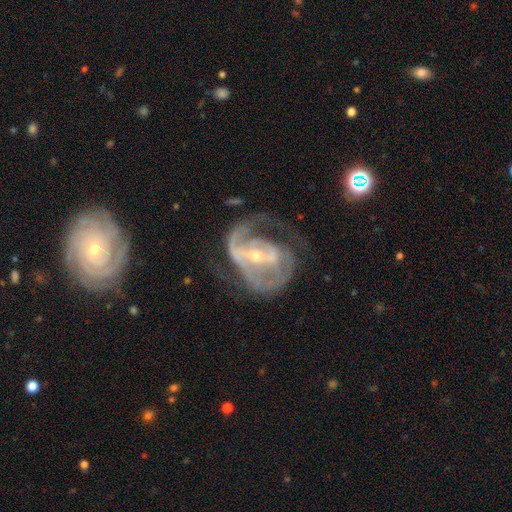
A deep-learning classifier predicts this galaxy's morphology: smooth_or_featured: featured or disk (p=0.86) [alt: smooth p=0.08]
disk_edge_on: no (p=0.96) [alt: yes p=0.04]
bar: strong (p=0.40) [alt: weak p=0.36]
has_spiral_arms: yes (p=0.86) [alt: no p=0.14]
spiral_winding: medium (p=0.44) [alt: tight p=0.33]
spiral_arm_count: 2 (p=0.53) [alt: 1 p=0.19]
bulge_size: small (p=0.69) [alt: moderate p=0.27]
merging: major disturbance (p=0.40) [alt: none p=0.37]